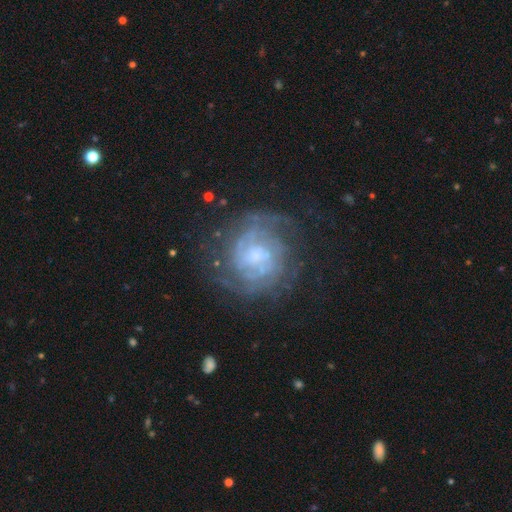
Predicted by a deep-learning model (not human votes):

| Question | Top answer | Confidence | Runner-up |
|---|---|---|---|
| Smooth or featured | featured or disk | 83% | smooth (10%) |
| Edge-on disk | no | 98% | yes (2%) |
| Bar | no | 58% | weak (35%) |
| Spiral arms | yes | 93% | no (7%) |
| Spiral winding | tight | 57% | medium (34%) |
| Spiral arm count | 2 | 36% | can't tell (33%) |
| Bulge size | small | 44% | moderate (31%) |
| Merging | none | 72% | minor disturbance (16%) |